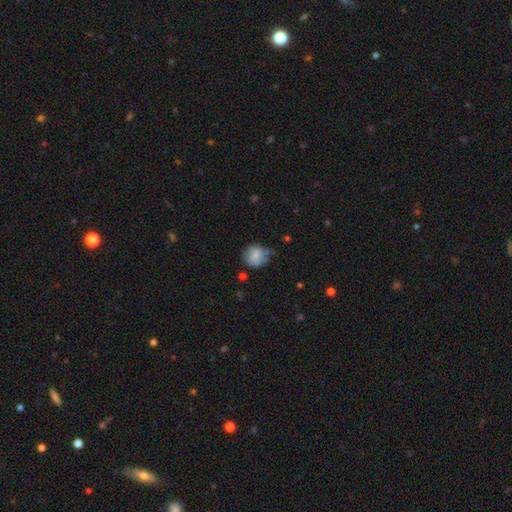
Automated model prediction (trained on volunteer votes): A smooth galaxy with no disk features (79%) that is round (81%). Merging: none (57%).